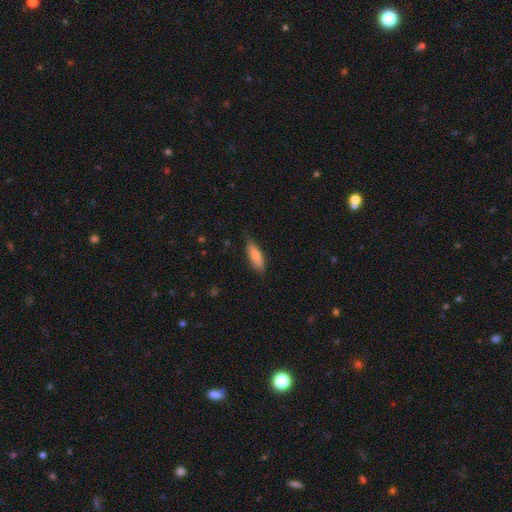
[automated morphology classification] smooth_or_featured: smooth (p=0.80) [alt: featured or disk p=0.14]
how_rounded: in between (p=0.54) [alt: cigar-shaped p=0.44]
merging: none (p=0.76) [alt: minor disturbance p=0.20]